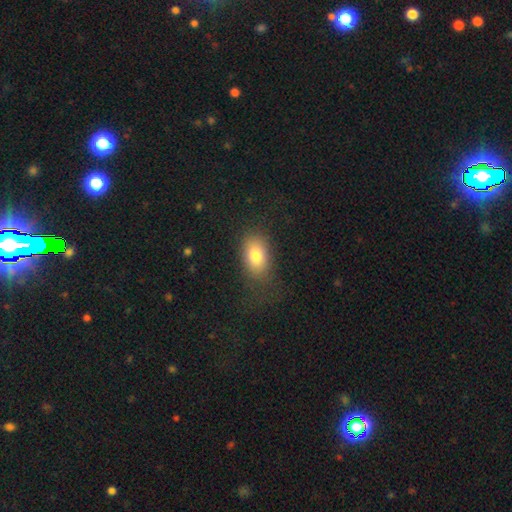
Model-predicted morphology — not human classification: smooth_or_featured: smooth (p=0.80) [alt: featured or disk p=0.11]
how_rounded: in between (p=0.87) [alt: round p=0.11]
merging: none (p=0.71) [alt: minor disturbance p=0.18]